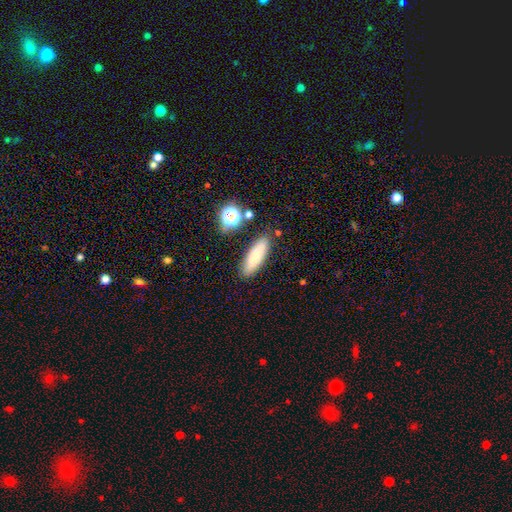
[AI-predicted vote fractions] Smooth or featured: smooth — 78% (featured or disk — 13%)
How rounded: cigar-shaped — 50% (in between — 47%)
Merging: none — 84% (minor disturbance — 10%)